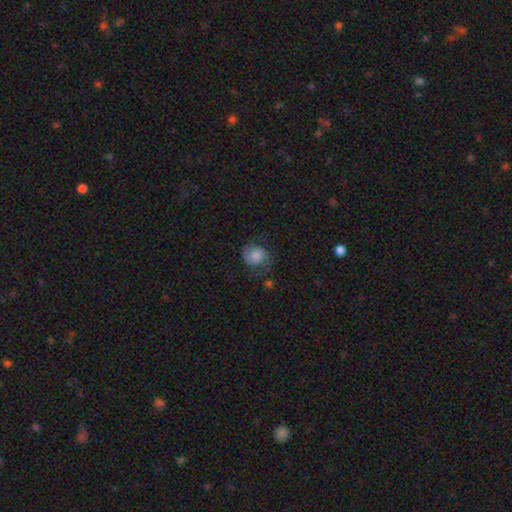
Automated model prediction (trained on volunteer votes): A featured or disk galaxy (46%).

Vote fractions:
- Smooth or featured? featured or disk: 46% / smooth: 44% / star or artifact: 10%
- Merging? none: 61% / minor disturbance: 22% / major disturbance: 15% / merger: 2%